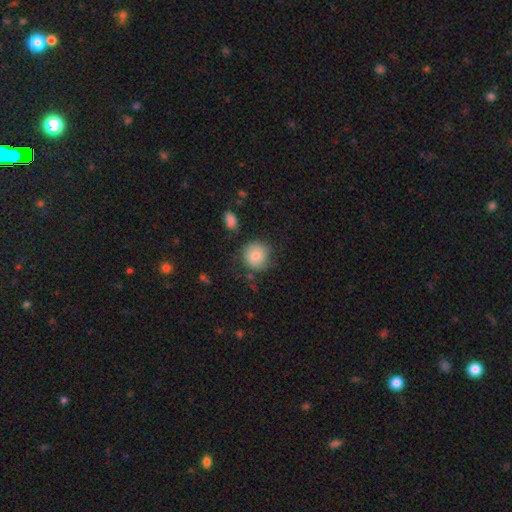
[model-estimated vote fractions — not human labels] smooth-or-featured: smooth: 81% | featured or disk: 11% | star or artifact: 8%
  how-rounded: round: 89% | in between: 10% | cigar-shaped: 1%
  merging: none: 72% | minor disturbance: 19% | major disturbance: 6% | merger: 3%